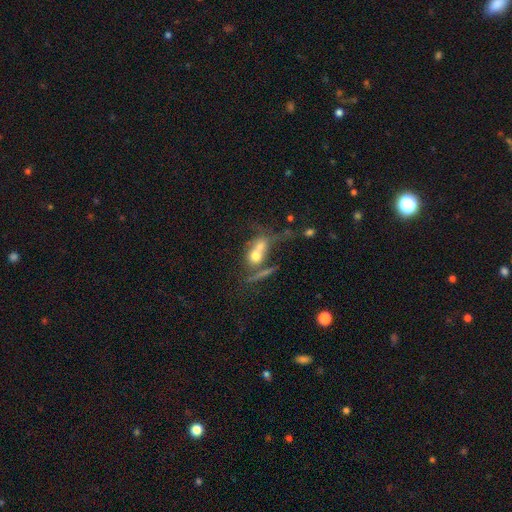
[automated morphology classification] smooth_or_featured: smooth (p=0.53) [alt: featured or disk p=0.34]
how_rounded: in between (p=0.49) [alt: round p=0.40]
merging: merger (p=0.56) [alt: none p=0.24]